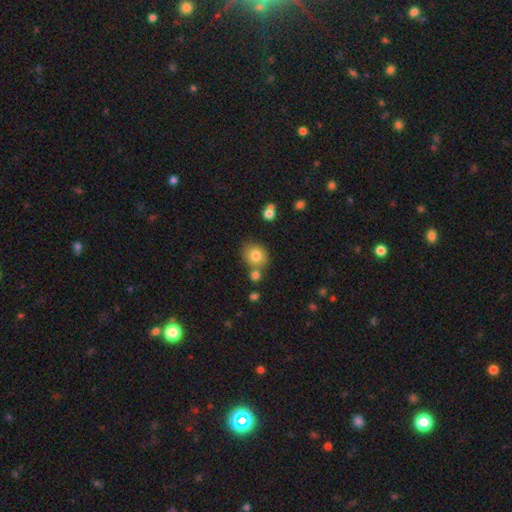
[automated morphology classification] smooth_or_featured: smooth (p=0.80) [alt: star or artifact p=0.10]
how_rounded: round (p=0.72) [alt: in between p=0.27]
merging: none (p=0.66) [alt: merger p=0.19]